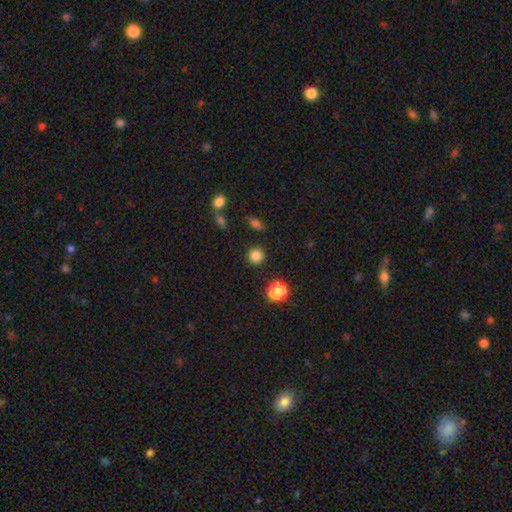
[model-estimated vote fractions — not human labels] Smooth or featured? Predicted: smooth (p=0.83). How rounded? Predicted: round (p=0.94). Merging? Predicted: none (p=0.89).